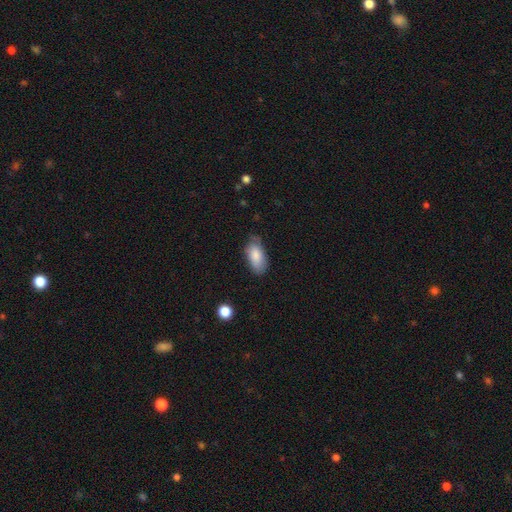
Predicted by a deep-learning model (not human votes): Smooth or featured? smooth (83%)
How rounded? in between (92%)
Merging? none (66%)